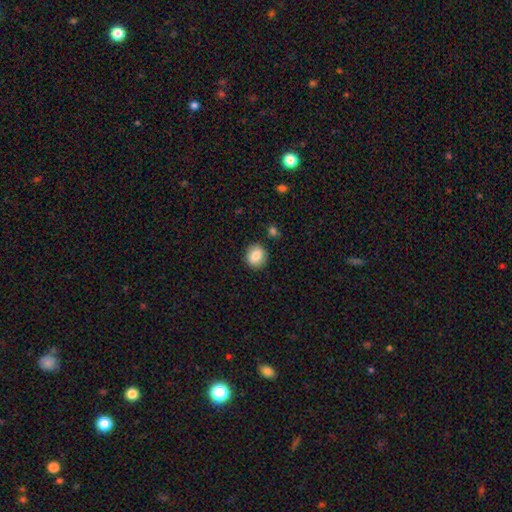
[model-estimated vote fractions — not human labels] A smooth galaxy with no disk features (84%) that is round (73%).

Vote fractions:
- Smooth or featured? smooth: 84% / star or artifact: 8% / featured or disk: 7%
- How rounded? round: 73% / in between: 26% / cigar-shaped: 1%
- Merging? none: 86% / minor disturbance: 9% / merger: 2% / major disturbance: 2%